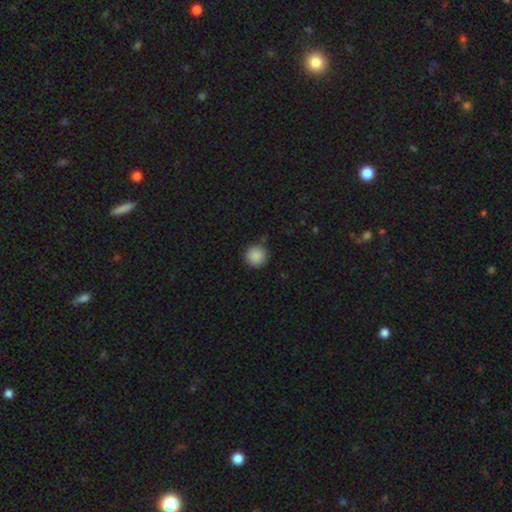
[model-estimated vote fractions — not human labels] This is clearly a smooth galaxy (89%). How rounded: clearly round (95%). Merging: clearly none (86%).